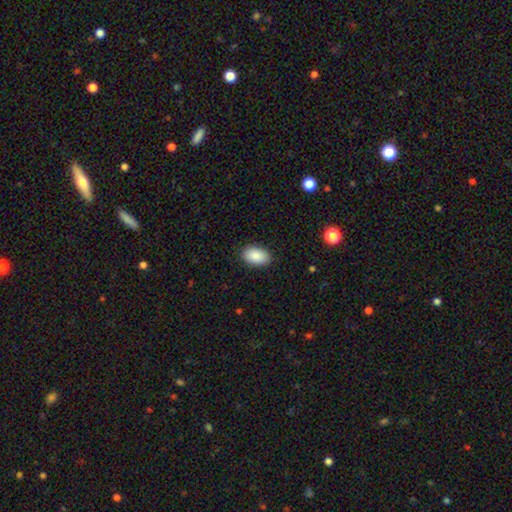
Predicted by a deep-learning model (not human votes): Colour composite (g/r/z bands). It shows a smooth galaxy with no disk features (90%) that is in between round and cigar-shaped (93%). Merging: none (89%).